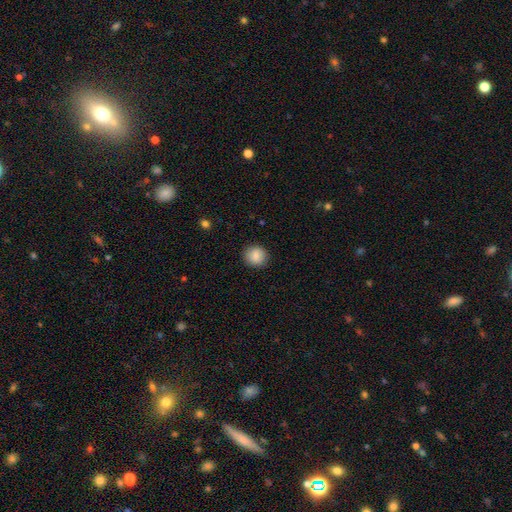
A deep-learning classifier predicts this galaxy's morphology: smooth_or_featured: smooth (p=0.85) [alt: star or artifact p=0.08]
how_rounded: round (p=0.86) [alt: in between p=0.13]
merging: none (p=0.90) [alt: minor disturbance p=0.07]